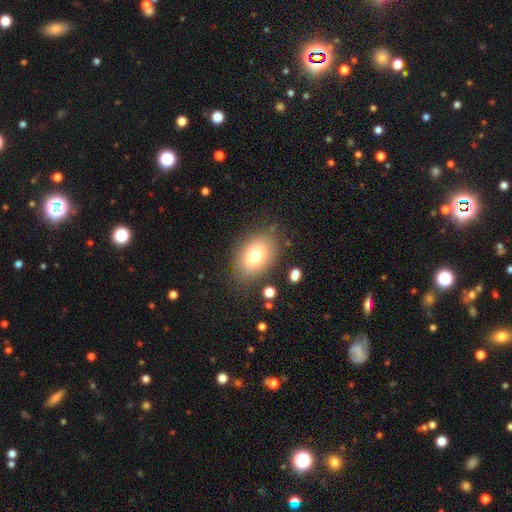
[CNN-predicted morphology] Smooth or featured?
  - smooth: 76% *
  - featured or disk: 14%
  - star or artifact: 10%
How rounded?
  - in between: 80% *
  - round: 19%
  - cigar-shaped: 1%
Merging?
  - none: 78% *
  - minor disturbance: 14%
  - major disturbance: 5%
  - merger: 3%